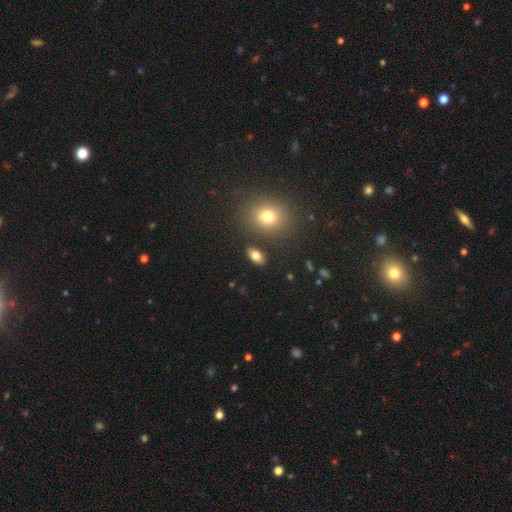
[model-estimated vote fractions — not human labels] This is likely a smooth galaxy (79%). How rounded: clearly in between (87%). Merging: clearly none (87%).